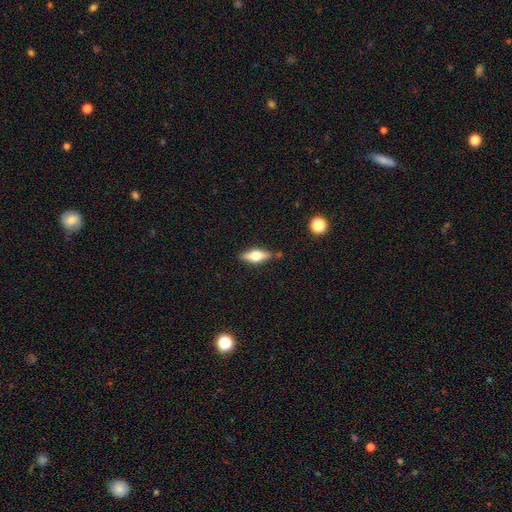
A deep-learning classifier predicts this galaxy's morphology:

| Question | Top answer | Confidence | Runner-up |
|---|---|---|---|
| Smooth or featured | featured or disk | 49% | smooth (44%) |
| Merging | none | 82% | minor disturbance (12%) |